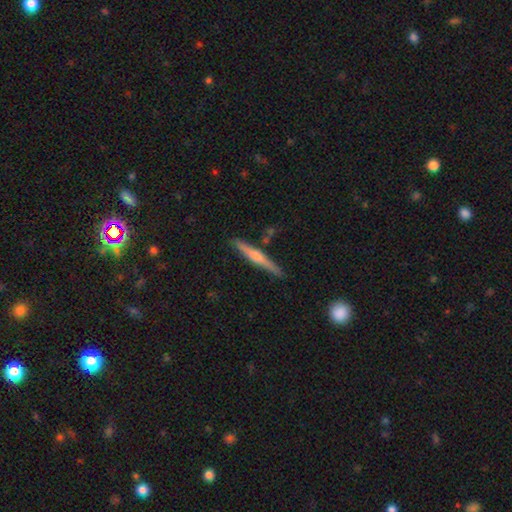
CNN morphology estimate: This is likely a featured or disk galaxy (62%). It is clearly viewed edge-on (98%). Edge-on bulge: likely rounded (69%). Merging: clearly none (87%).